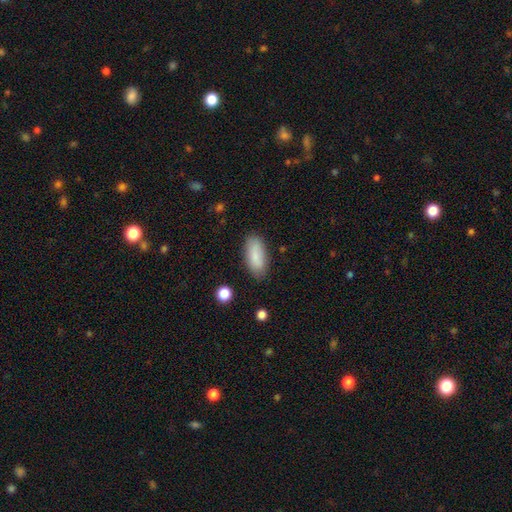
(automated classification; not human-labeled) smooth_or_featured: smooth (p=0.85) [alt: featured or disk p=0.08]
how_rounded: in between (p=0.84) [alt: cigar-shaped p=0.14]
merging: none (p=0.82) [alt: minor disturbance p=0.13]